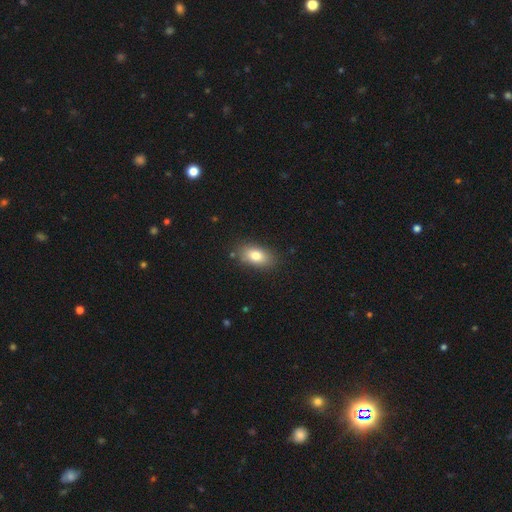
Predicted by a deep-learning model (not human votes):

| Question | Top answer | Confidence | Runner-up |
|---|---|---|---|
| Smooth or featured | smooth | 80% | featured or disk (12%) |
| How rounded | in between | 89% | round (8%) |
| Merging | none | 82% | minor disturbance (13%) |